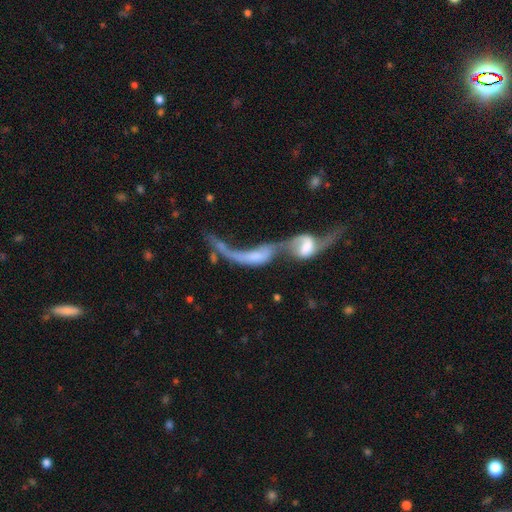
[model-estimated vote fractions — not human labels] Morphology: type=featured or disk (70%); edge-on=no (86%); bar=no (54%); spiral arms=yes (69%); bulge=none (31%); merging=merger (80%).